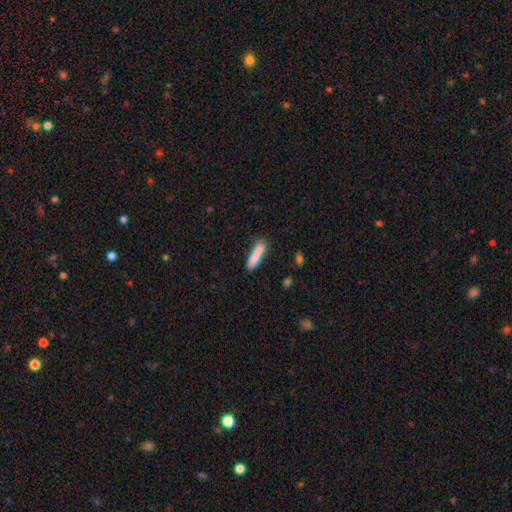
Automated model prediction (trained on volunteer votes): Morphology: type=smooth (80%); roundness=cigar-shaped (79%); merging=none (64%).